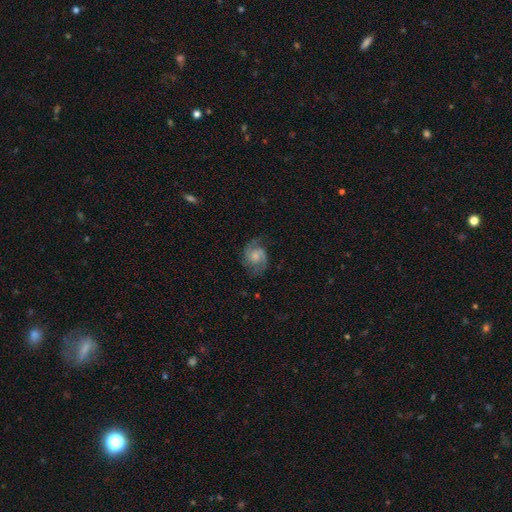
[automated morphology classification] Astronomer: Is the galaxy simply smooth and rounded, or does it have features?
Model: featured or disk — 77%.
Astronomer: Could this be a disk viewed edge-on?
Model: no — 98%.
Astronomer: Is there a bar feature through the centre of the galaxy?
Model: no — 64%.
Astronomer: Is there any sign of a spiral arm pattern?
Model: yes — 95%.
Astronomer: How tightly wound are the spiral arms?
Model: medium — 52% (runner-up: tight, 28%).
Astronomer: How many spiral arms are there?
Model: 2 — 86%.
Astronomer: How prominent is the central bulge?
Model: moderate — 39%, tied with small at 39%.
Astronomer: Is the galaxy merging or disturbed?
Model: none — 71%.